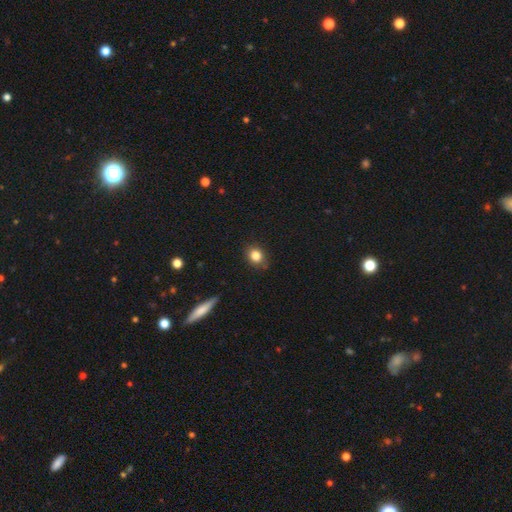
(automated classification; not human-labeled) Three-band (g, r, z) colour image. It shows a smooth galaxy with no disk features (84%) that is round (64%). Merging: none (83%).